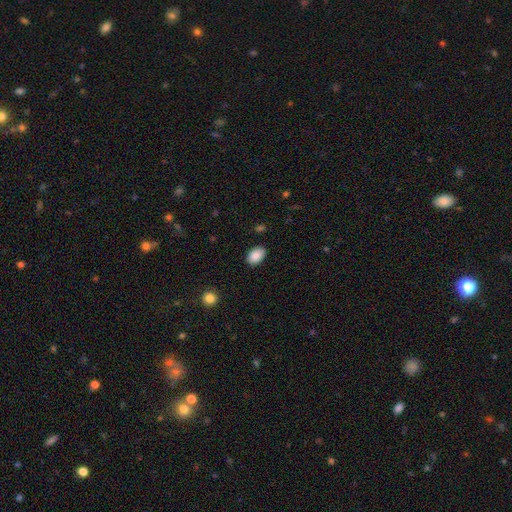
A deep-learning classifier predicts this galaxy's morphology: Smooth or featured? Predicted: smooth (p=0.89). How rounded? Predicted: in between (p=0.89). Merging? Predicted: none (p=0.87).